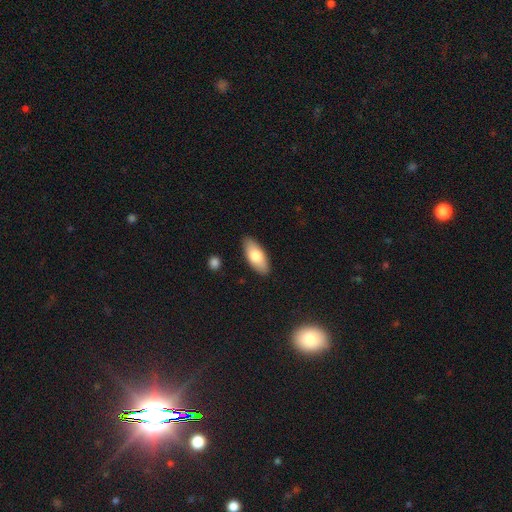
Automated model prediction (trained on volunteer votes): smooth 75%, featured or disk 19%, star or artifact 6%. Down the decision tree: how rounded — in between (86%); merging — none (87%).